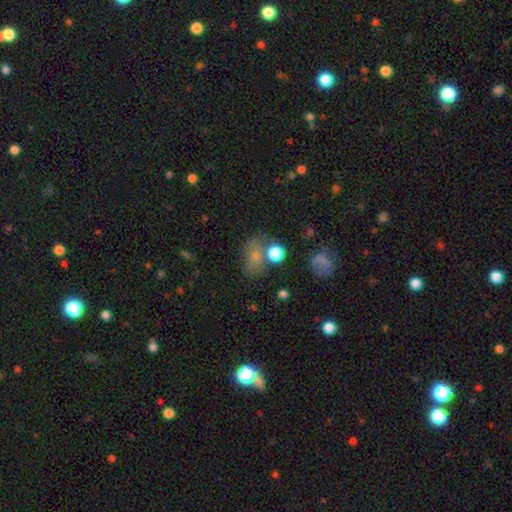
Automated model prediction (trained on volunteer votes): A smooth galaxy with no disk features (68%) that is in between round and cigar-shaped (62%). Merging: none (50%).